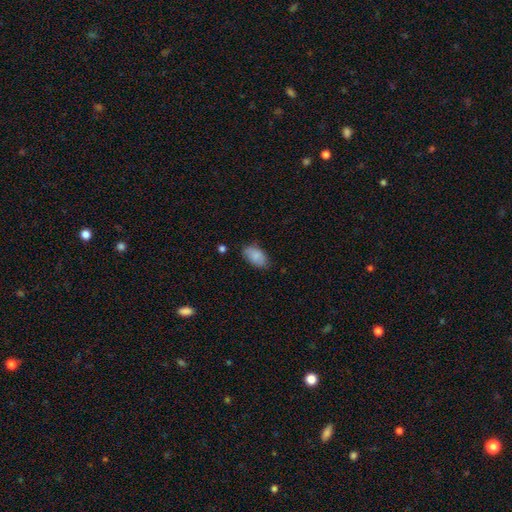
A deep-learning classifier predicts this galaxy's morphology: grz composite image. It shows a smooth galaxy with no disk features (86%) that is in between round and cigar-shaped (93%). Merging: none (74%).